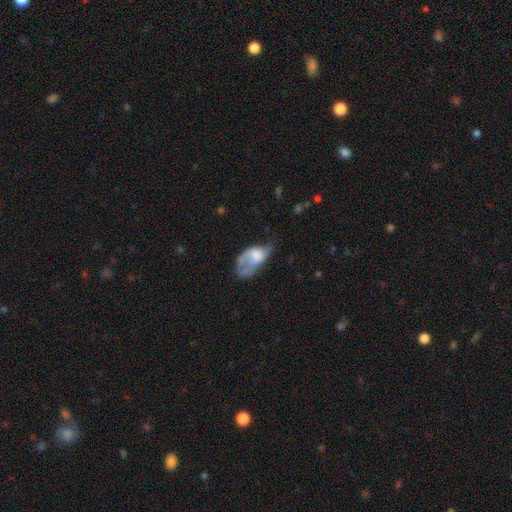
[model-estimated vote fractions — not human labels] Smooth or featured: smooth — 52% (featured or disk — 40%)
How rounded: in between — 90% (round — 7%)
Merging: major disturbance — 46% (minor disturbance — 27%)